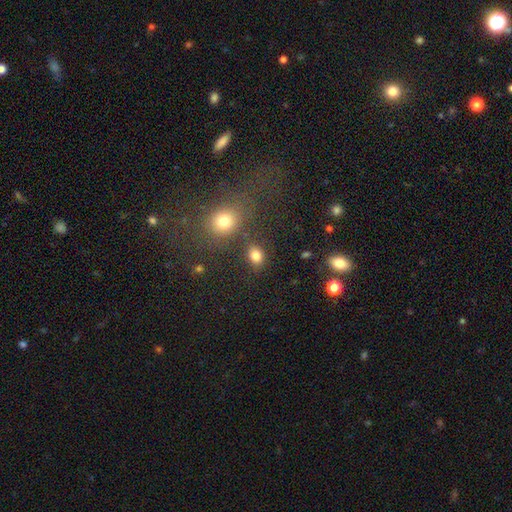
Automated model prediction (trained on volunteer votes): Smooth or featured?
  - smooth: 82% *
  - star or artifact: 13%
  - featured or disk: 5%
How rounded?
  - in between: 54% *
  - round: 45%
  - cigar-shaped: 1%
Merging?
  - none: 78% *
  - minor disturbance: 11%
  - merger: 7%
  - major disturbance: 4%